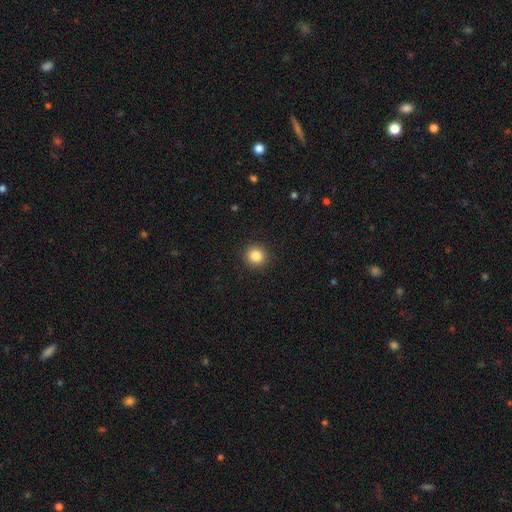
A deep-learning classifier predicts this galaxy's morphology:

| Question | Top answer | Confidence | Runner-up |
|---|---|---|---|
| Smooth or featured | smooth | 85% | star or artifact (10%) |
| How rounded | round | 92% | in between (7%) |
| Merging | none | 92% | minor disturbance (5%) |